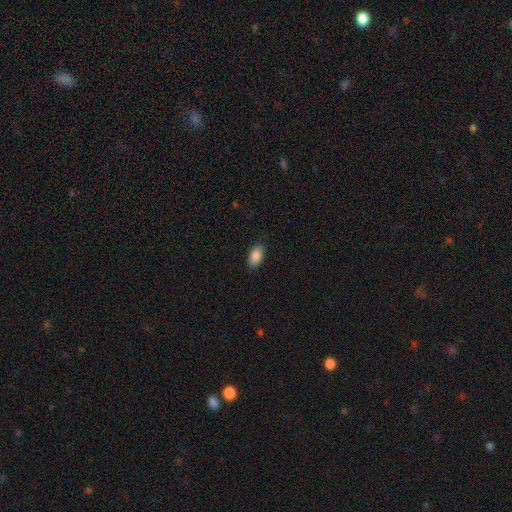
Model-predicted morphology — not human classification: type=smooth (89%); roundness=in between (93%); merging=none (87%).